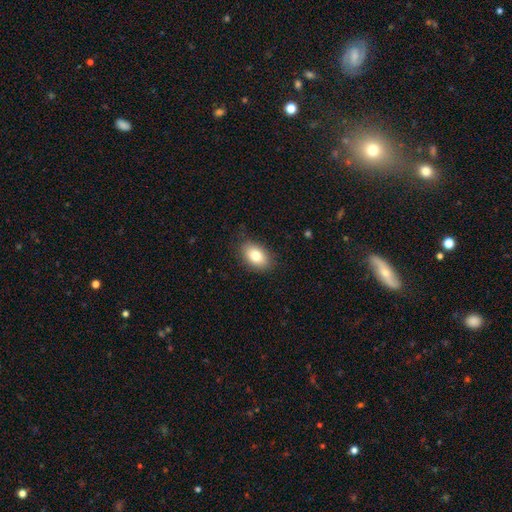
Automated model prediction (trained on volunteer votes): Smooth or featured?
  - smooth: 81% *
  - featured or disk: 11%
  - star or artifact: 8%
How rounded?
  - in between: 89% *
  - round: 10%
  - cigar-shaped: 2%
Merging?
  - none: 84% *
  - minor disturbance: 12%
  - major disturbance: 3%
  - merger: 1%